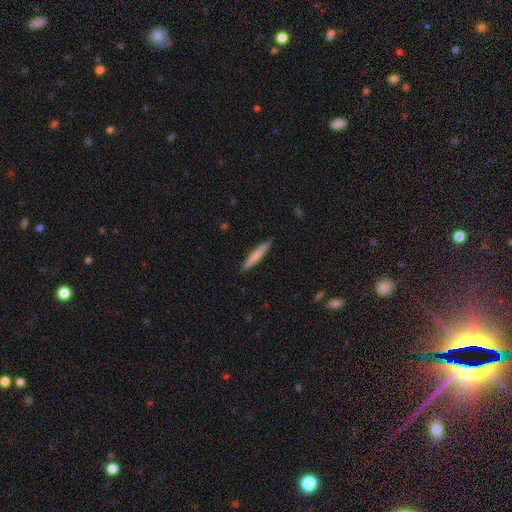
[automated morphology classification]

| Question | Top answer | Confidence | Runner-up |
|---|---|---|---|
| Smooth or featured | smooth | 72% | featured or disk (23%) |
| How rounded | cigar-shaped | 95% | in between (4%) |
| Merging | none | 91% | minor disturbance (7%) |